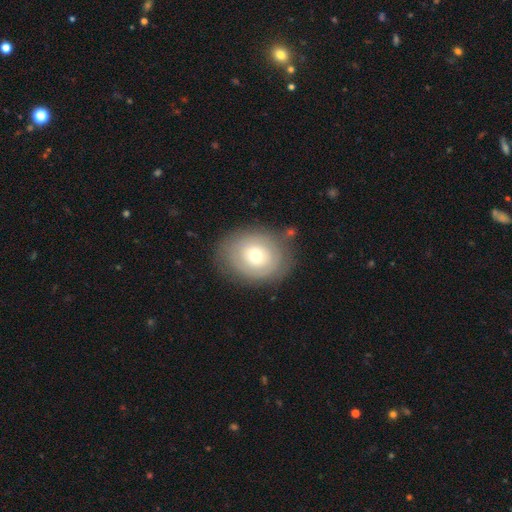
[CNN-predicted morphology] A smooth galaxy with no disk features (56%) that is round (52%).

Vote fractions:
- Smooth or featured? smooth: 56% / featured or disk: 35% / star or artifact: 8%
- How rounded? round: 52% / in between: 47% / cigar-shaped: 1%
- Merging? none: 76% / minor disturbance: 16% / major disturbance: 6% / merger: 3%